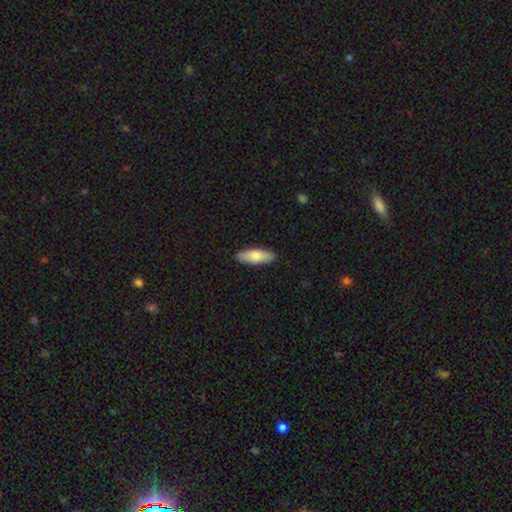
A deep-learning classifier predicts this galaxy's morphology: A smooth galaxy with no disk features (78%) that is in between round and cigar-shaped (61%).

Vote fractions:
- Smooth or featured? smooth: 78% / featured or disk: 16% / star or artifact: 5%
- How rounded? in between: 61% / cigar-shaped: 37% / round: 2%
- Merging? none: 90% / minor disturbance: 8% / major disturbance: 1% / merger: 1%